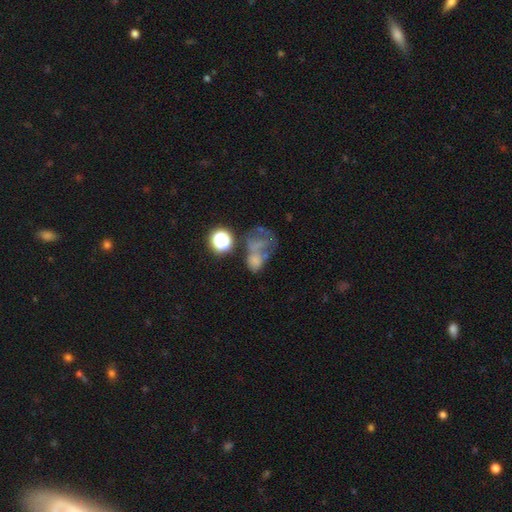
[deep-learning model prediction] smooth 39%, featured or disk 33%, star or artifact 28%. Down the decision tree: merging — merger (31%, tied with major disturbance).